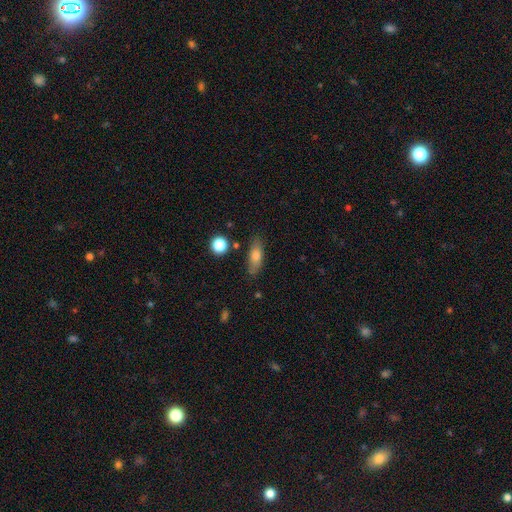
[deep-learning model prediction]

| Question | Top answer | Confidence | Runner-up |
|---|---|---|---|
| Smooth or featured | smooth | 73% | featured or disk (20%) |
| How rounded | in between | 64% | cigar-shaped (31%) |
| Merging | none | 79% | minor disturbance (15%) |